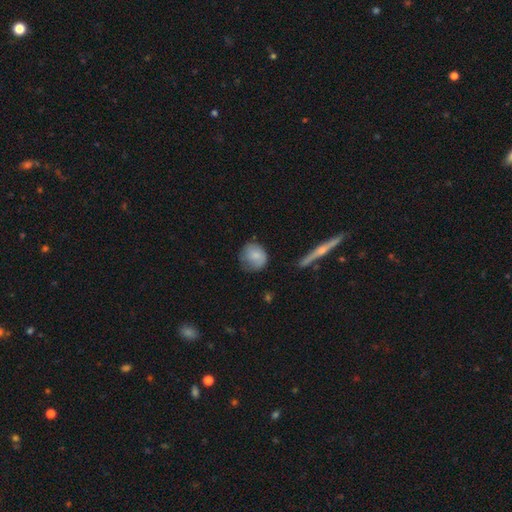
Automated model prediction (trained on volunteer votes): smooth 78%, featured or disk 15%, star or artifact 7%. Down the decision tree: how rounded — round (74%); merging — none (57%).